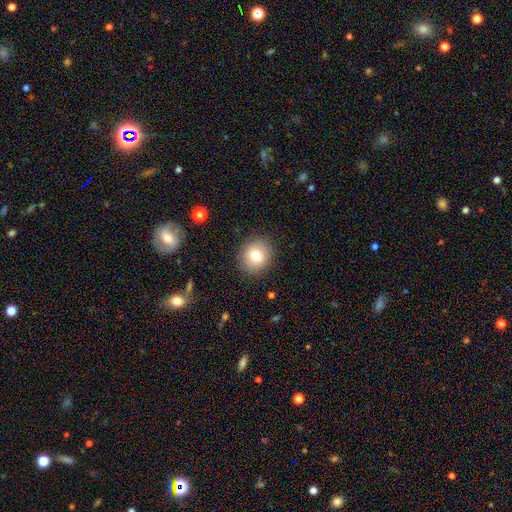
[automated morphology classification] The model was most divided on "smooth or featured": smooth: 78%, featured or disk: 12%, star or artifact: 10%. More confident: merging — none (90%); how rounded — round (84%).